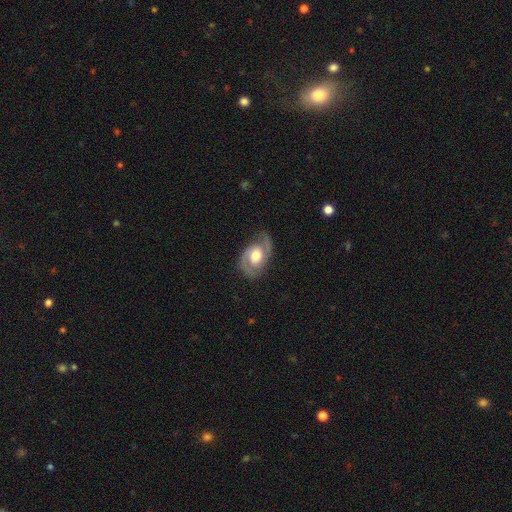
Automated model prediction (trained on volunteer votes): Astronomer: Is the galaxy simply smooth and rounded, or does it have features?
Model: featured or disk — 81%.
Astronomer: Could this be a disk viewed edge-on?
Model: no — 97%.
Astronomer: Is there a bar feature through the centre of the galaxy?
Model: no — 62%.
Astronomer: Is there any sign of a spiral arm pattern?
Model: yes — 93%.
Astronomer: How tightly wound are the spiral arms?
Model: medium — 50% (runner-up: tight, 33%).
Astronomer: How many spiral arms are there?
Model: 2 — 87%.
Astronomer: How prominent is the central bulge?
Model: moderate — 62%.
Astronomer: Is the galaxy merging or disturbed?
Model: none — 71%.